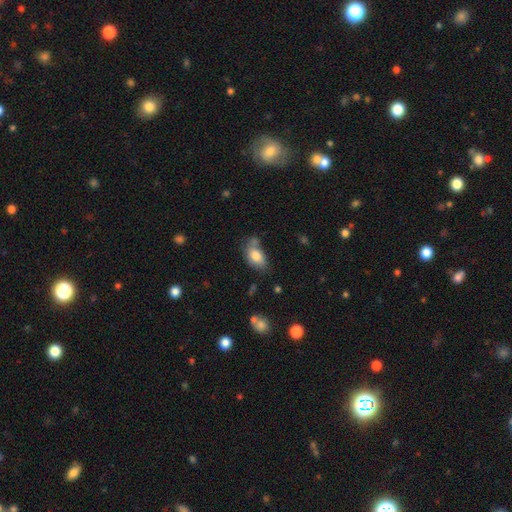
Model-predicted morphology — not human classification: Q: Smooth or featured?
A: smooth (81%); runner-up: featured or disk (12%)
Q: How rounded?
A: in between (90%); runner-up: round (7%)
Q: Merging?
A: none (53%); runner-up: minor disturbance (26%)